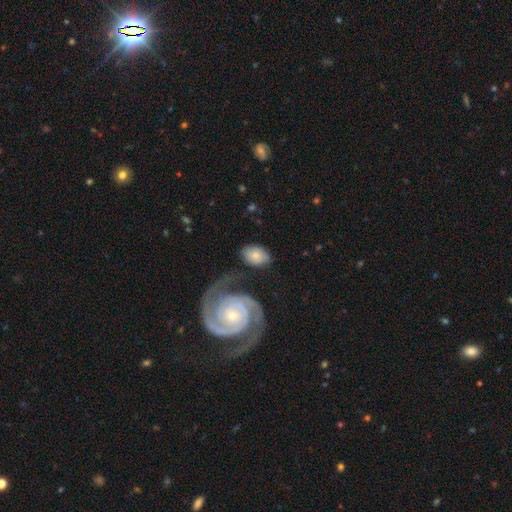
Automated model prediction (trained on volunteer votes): smooth-or-featured: smooth: 59% | featured or disk: 34% | star or artifact: 7%
  how-rounded: in between: 82% | round: 17% | cigar-shaped: 2%
  merging: none: 56% | minor disturbance: 19% | merger: 13% | major disturbance: 11%